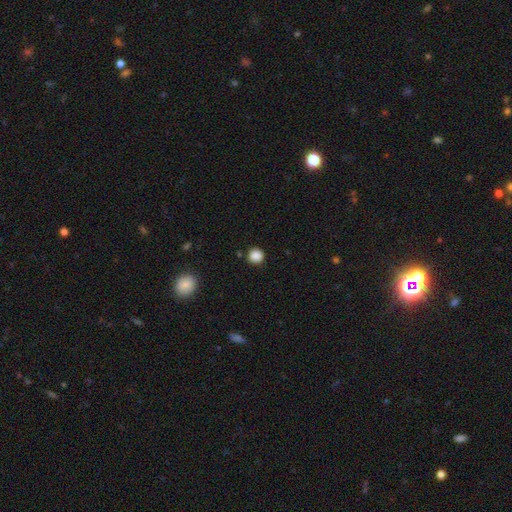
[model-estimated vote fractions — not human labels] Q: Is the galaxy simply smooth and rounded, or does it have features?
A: smooth — 87%.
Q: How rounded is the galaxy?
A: round — 93%.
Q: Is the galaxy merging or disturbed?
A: none — 87%.